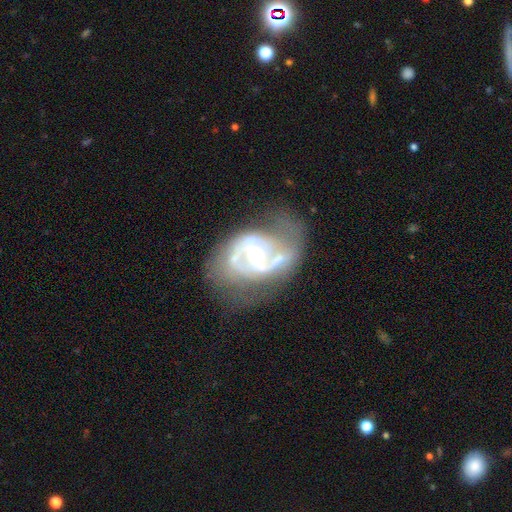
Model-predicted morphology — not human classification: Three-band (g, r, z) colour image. It shows a featured or disk galaxy (85%) with no bar (39%), 2 (71%) medium (46%) spiral arms (81%) and a moderate central bulge (63%). Merging: none (50%).